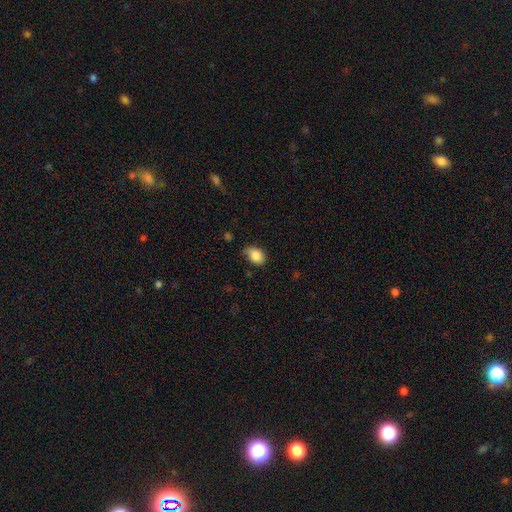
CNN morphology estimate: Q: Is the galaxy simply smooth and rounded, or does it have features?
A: smooth — 85%.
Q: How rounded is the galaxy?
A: in between — 76%.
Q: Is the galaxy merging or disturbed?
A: none — 59%.